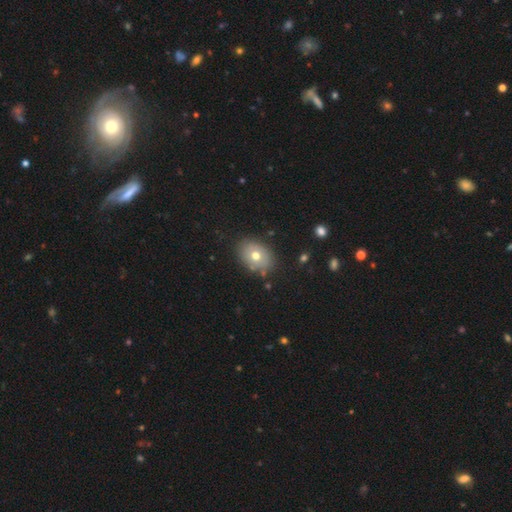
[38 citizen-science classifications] Morphology: type=smooth (76%); roundness=in between (69%); merging=none (81%).